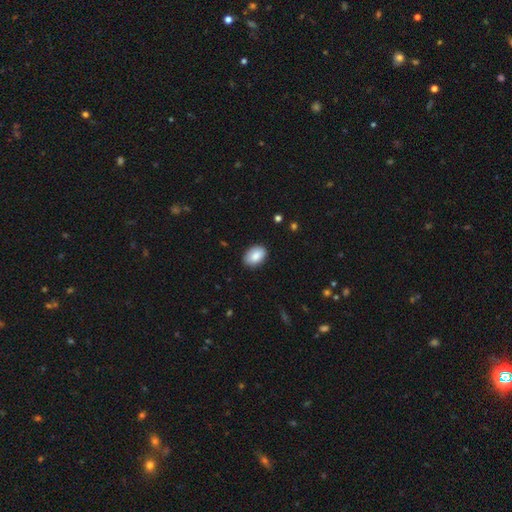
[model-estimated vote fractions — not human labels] Smooth or featured?
  - smooth: 87% *
  - star or artifact: 7%
  - featured or disk: 6%
How rounded?
  - in between: 87% *
  - round: 12%
  - cigar-shaped: 1%
Merging?
  - none: 85% *
  - minor disturbance: 11%
  - major disturbance: 2%
  - merger: 1%